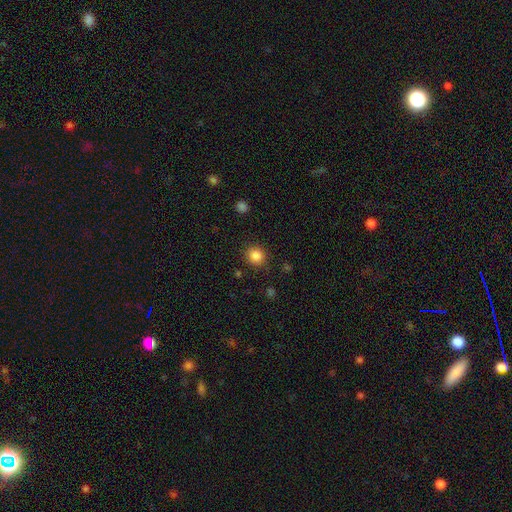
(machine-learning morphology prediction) Smooth or featured: smooth — 85% (star or artifact — 11%)
How rounded: round — 91% (in between — 8%)
Merging: none — 88% (minor disturbance — 7%)